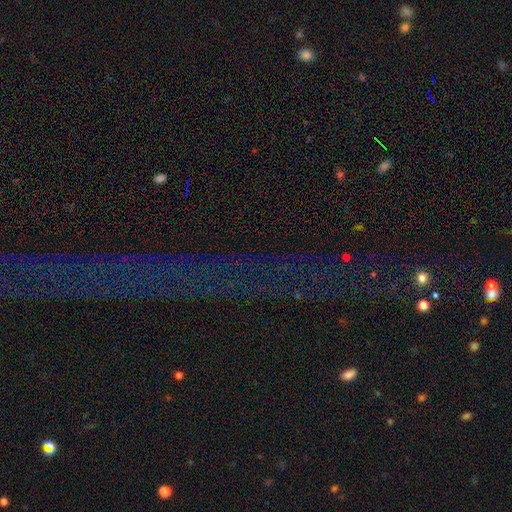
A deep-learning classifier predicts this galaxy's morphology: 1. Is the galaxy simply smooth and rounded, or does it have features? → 76% star or artifact, 15% smooth, 8% featured or disk.